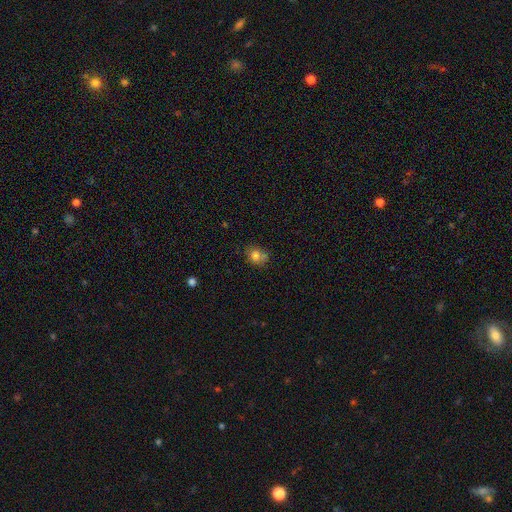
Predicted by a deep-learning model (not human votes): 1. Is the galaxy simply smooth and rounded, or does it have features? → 76% smooth, 13% featured or disk, 11% star or artifact.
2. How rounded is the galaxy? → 53% round, 46% in between, 1% cigar-shaped.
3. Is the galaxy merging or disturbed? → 60% none, 25% minor disturbance, 9% merger, 6% major disturbance.